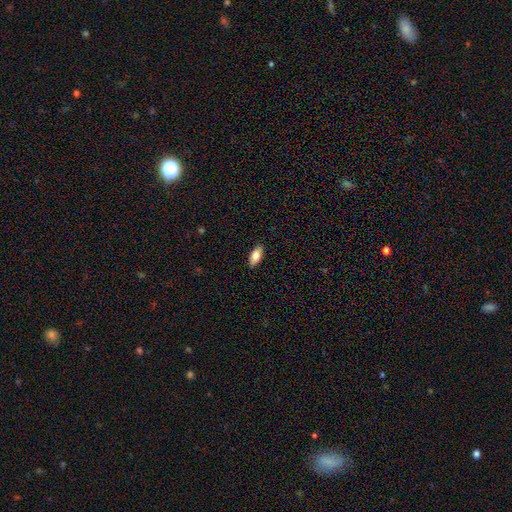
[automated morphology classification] smooth 82%, featured or disk 11%, star or artifact 6%. Down the decision tree: how rounded — in between (88%); merging — none (89%).